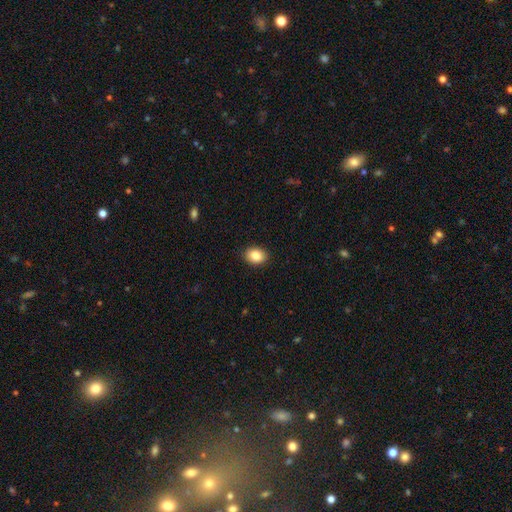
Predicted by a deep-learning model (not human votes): Smooth or featured: smooth — 86% (star or artifact — 8%)
How rounded: in between — 66% (round — 33%)
Merging: none — 90% (minor disturbance — 7%)